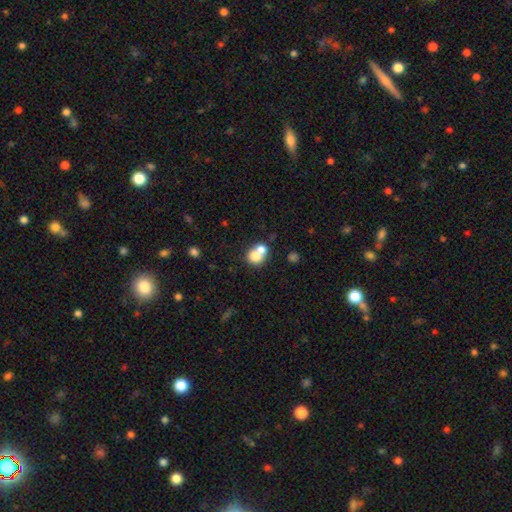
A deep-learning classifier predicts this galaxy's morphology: Smooth or featured?
  - smooth: 72% *
  - featured or disk: 17%
  - star or artifact: 11%
How rounded?
  - round: 74% *
  - in between: 25%
  - cigar-shaped: 1%
Merging?
  - merger: 60% *
  - none: 30%
  - minor disturbance: 6%
  - major disturbance: 3%